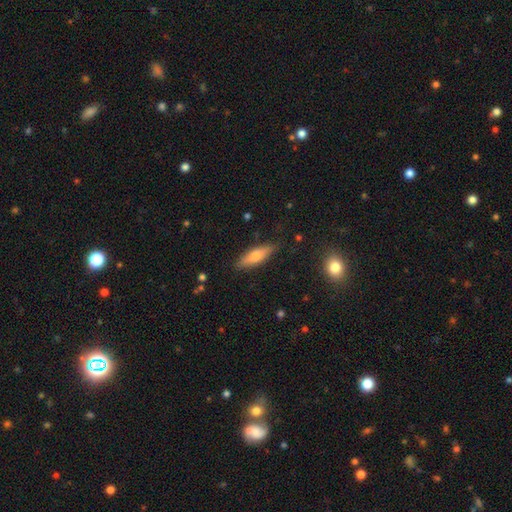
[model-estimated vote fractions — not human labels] A smooth galaxy with no disk features (68%) that is cigar-shaped (54%).

Vote fractions:
- Smooth or featured? smooth: 68% / featured or disk: 25% / star or artifact: 7%
- How rounded? cigar-shaped: 54% / in between: 44% / round: 2%
- Merging? none: 83% / minor disturbance: 13% / major disturbance: 3% / merger: 1%